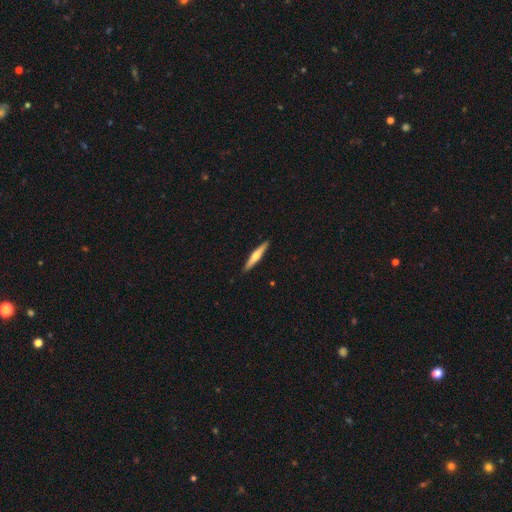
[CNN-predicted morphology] Q: Smooth or featured?
A: featured or disk (51%); runner-up: smooth (44%)
Q: Edge-on disk?
A: yes (97%); runner-up: no (3%)
Q: Merging?
A: none (92%); runner-up: minor disturbance (6%)